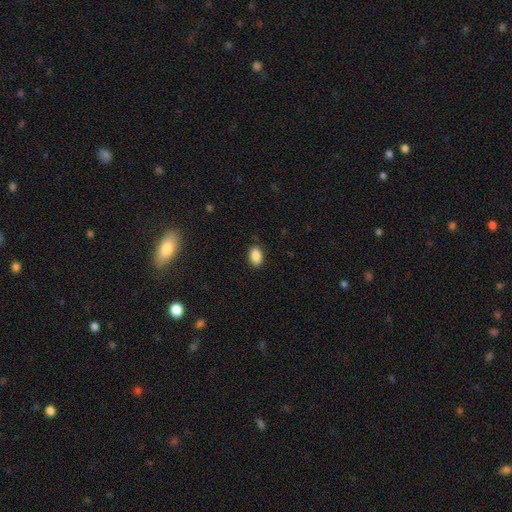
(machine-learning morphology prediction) A smooth galaxy with no disk features (88%) that is in between round and cigar-shaped (89%).

Vote fractions:
- Smooth or featured? smooth: 88% / star or artifact: 8% / featured or disk: 4%
- How rounded? in between: 89% / round: 9% / cigar-shaped: 2%
- Merging? none: 84% / minor disturbance: 12% / major disturbance: 3% / merger: 1%